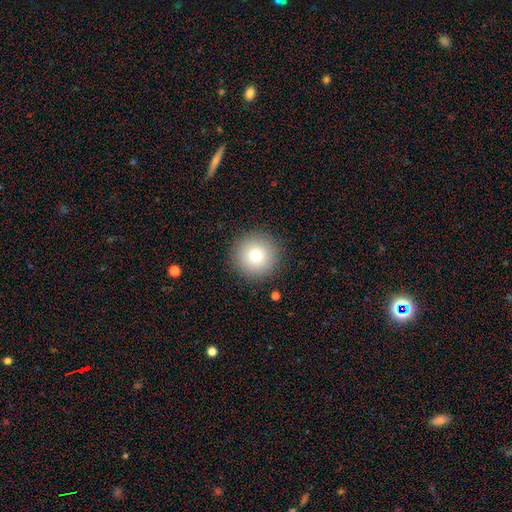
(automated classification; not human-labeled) Smooth or featured? Predicted: smooth (p=0.76). How rounded? Predicted: round (p=0.96). Merging? Predicted: none (p=0.90).